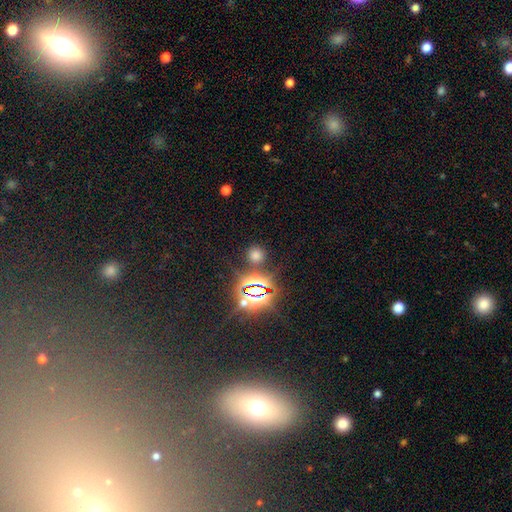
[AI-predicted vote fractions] Smooth or featured: smooth — 58% (star or artifact — 36%)
How rounded: round — 90% (in between — 9%)
Merging: none — 83% (minor disturbance — 8%)